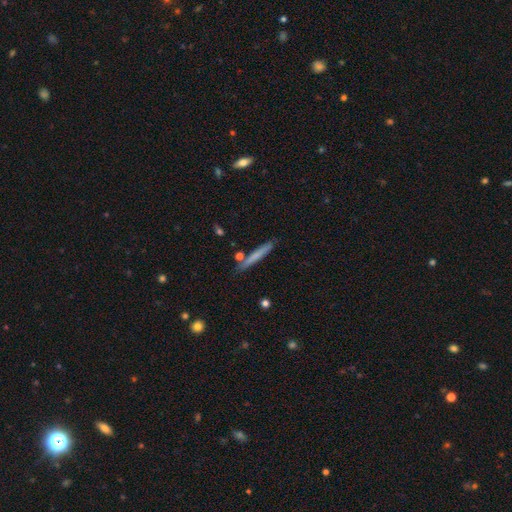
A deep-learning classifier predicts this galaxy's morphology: A smooth galaxy with no disk features (61%) that is cigar-shaped (95%). Merging: none (85%).